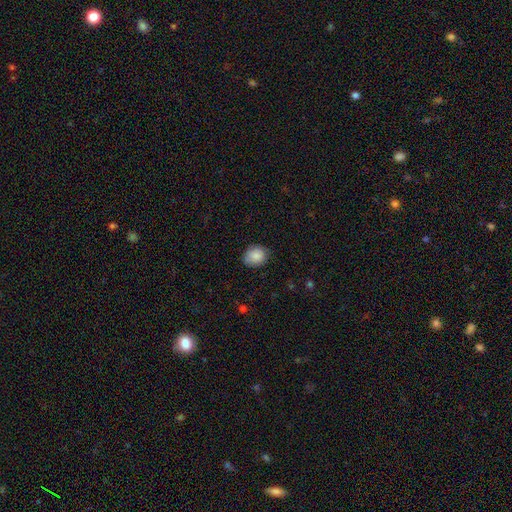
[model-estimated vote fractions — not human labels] Morphology: type=smooth (87%); roundness=round (64%); merging=none (79%).